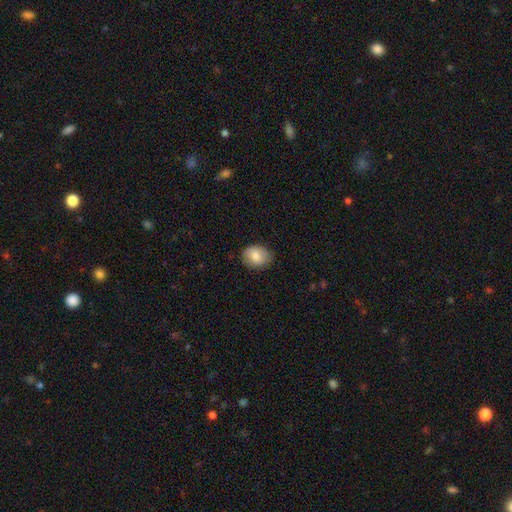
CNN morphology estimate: Overall: smooth (80%). How rounded: in between (51%; round 48%). Merging: none (81%).